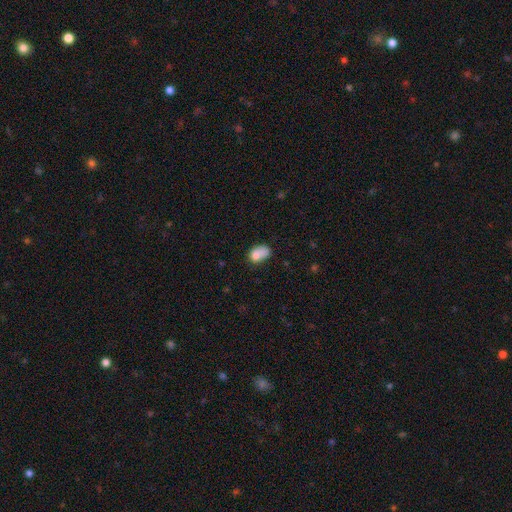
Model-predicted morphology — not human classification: smooth-or-featured: smooth: 78% | featured or disk: 13% | star or artifact: 9%
  how-rounded: in between: 83% | round: 15% | cigar-shaped: 2%
  merging: none: 36% | minor disturbance: 29% | merger: 20% | major disturbance: 15%